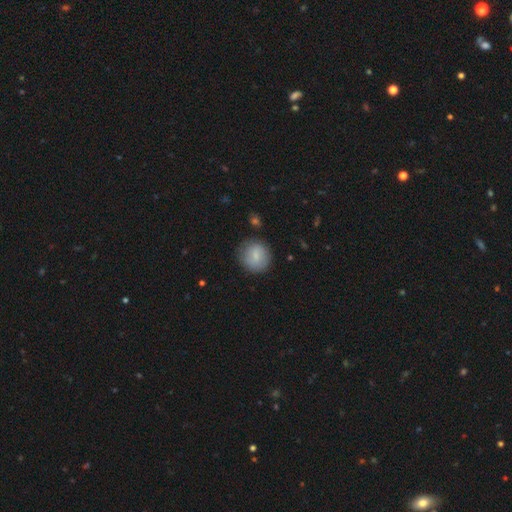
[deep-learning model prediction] A smooth galaxy with no disk features (76%) that is round (87%).

Vote fractions:
- Smooth or featured? smooth: 76% / featured or disk: 17% / star or artifact: 7%
- How rounded? round: 87% / in between: 12% / cigar-shaped: 1%
- Merging? none: 81% / minor disturbance: 13% / major disturbance: 4% / merger: 2%